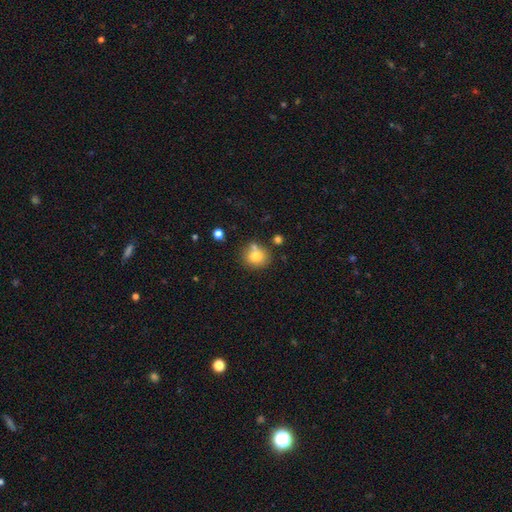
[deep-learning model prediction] Q: Smooth or featured?
A: smooth (76%); runner-up: featured or disk (13%)
Q: How rounded?
A: round (79%); runner-up: in between (20%)
Q: Merging?
A: none (65%); runner-up: merger (18%)